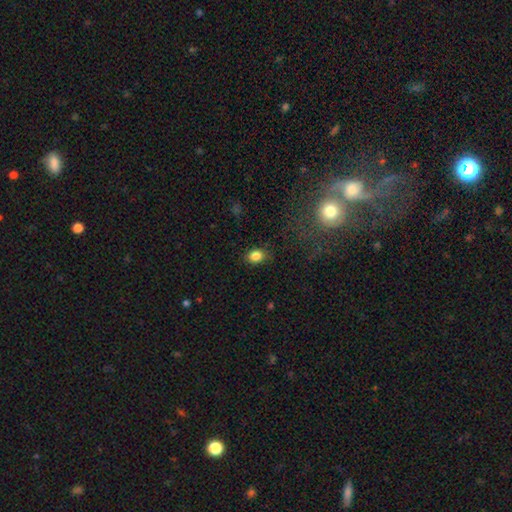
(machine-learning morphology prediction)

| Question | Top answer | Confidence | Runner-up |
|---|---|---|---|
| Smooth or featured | smooth | 84% | star or artifact (11%) |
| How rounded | in between | 54% | round (45%) |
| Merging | none | 85% | minor disturbance (11%) |